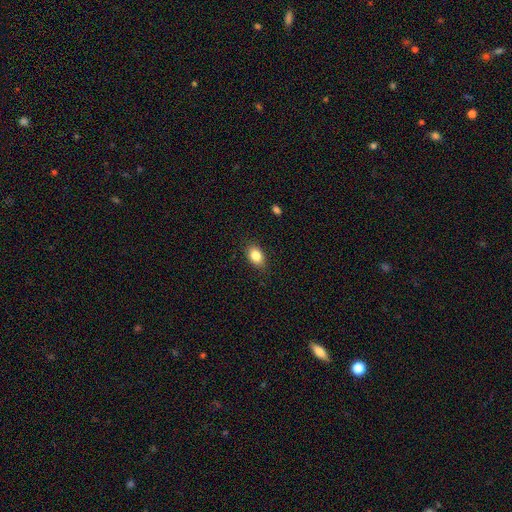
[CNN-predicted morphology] This appears to be a smooth galaxy with no disk features (85%) that is in between round and cigar-shaped (83%). Merging: none (86%).